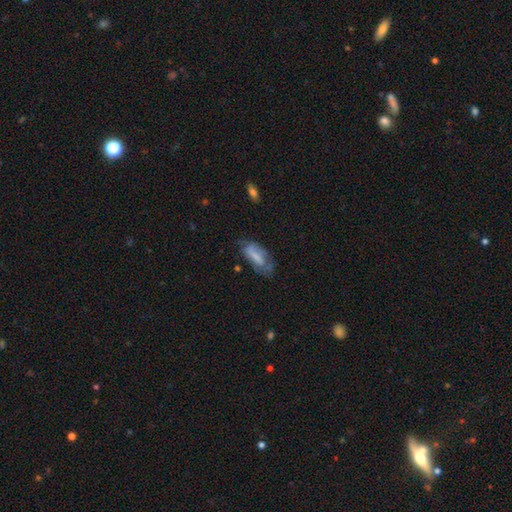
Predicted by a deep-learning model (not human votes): smooth-or-featured: smooth: 58% | featured or disk: 34% | star or artifact: 8%
  how-rounded: in between: 78% | cigar-shaped: 19% | round: 3%
  merging: none: 44% | minor disturbance: 33% | major disturbance: 21% | merger: 3%